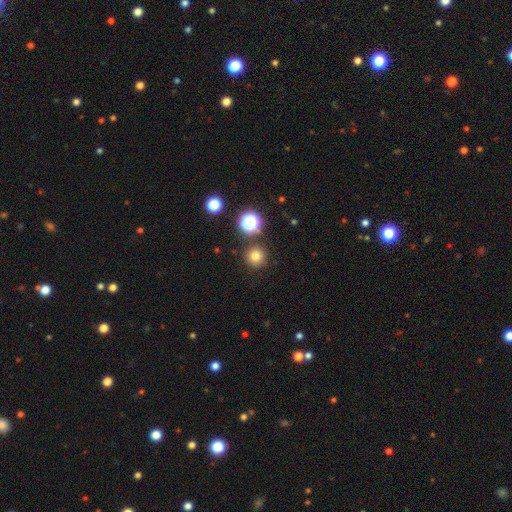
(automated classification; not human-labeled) Morphology: type=smooth (76%); roundness=round (95%); merging=none (87%).